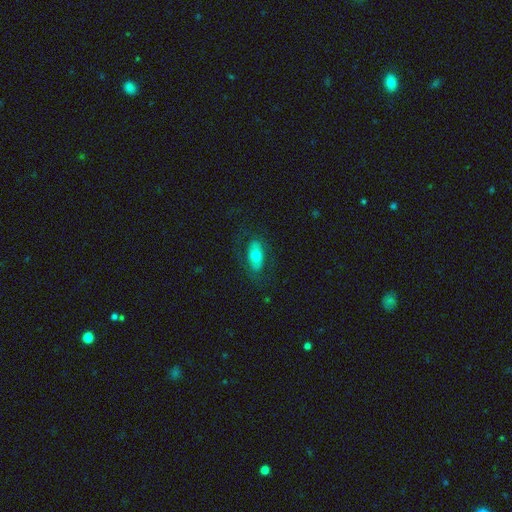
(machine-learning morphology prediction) Overall: smooth (59%; featured or disk 34%). How rounded: in between (90%). Merging: none (72%).